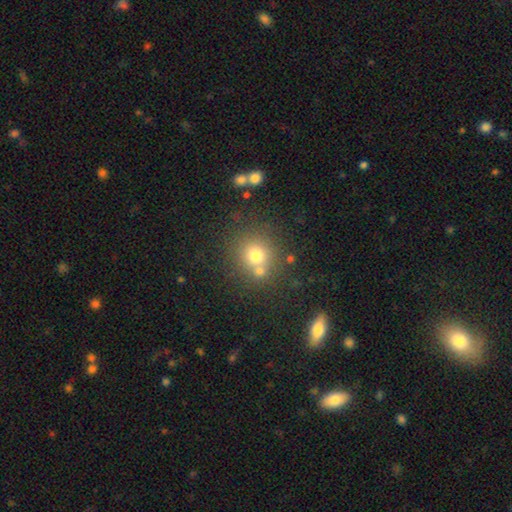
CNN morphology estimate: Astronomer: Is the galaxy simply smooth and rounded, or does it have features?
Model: smooth — 72%.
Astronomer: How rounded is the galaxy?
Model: round — 89%.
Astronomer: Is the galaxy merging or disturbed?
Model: none — 64%.